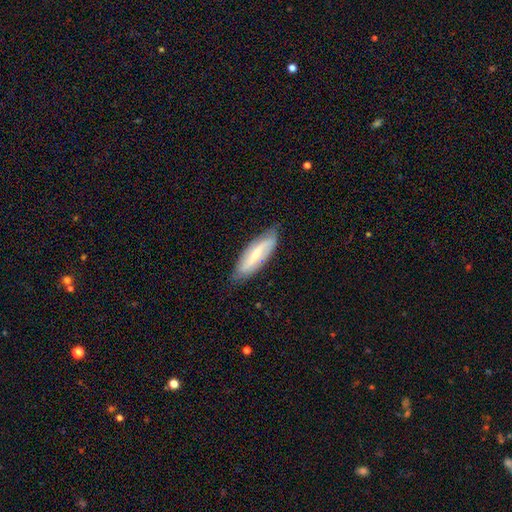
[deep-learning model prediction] smooth_or_featured: featured or disk (p=0.53) [alt: smooth p=0.42]
disk_edge_on: no (p=0.74) [alt: yes p=0.26]
merging: none (p=0.77) [alt: minor disturbance p=0.18]